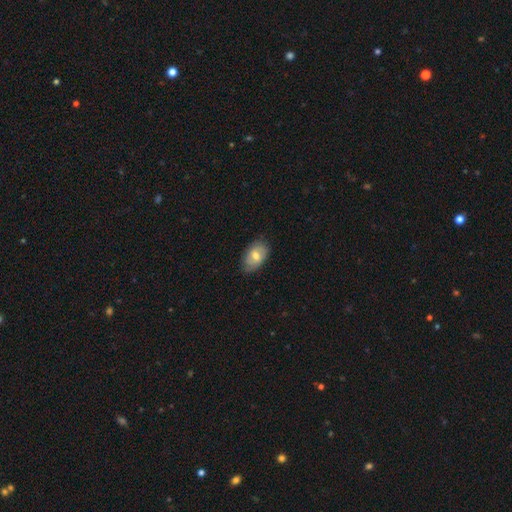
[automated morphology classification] Smooth or featured? smooth (65%)
How rounded? in between (90%)
Merging? none (75%)